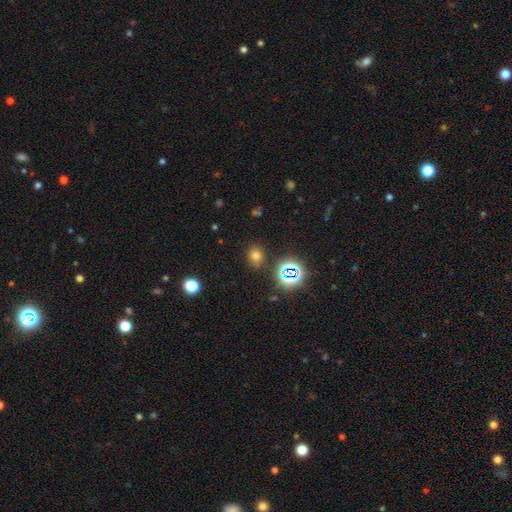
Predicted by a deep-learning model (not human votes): Overall: smooth (66%; star or artifact 27%). How rounded: round (75%). Merging: none (83%).